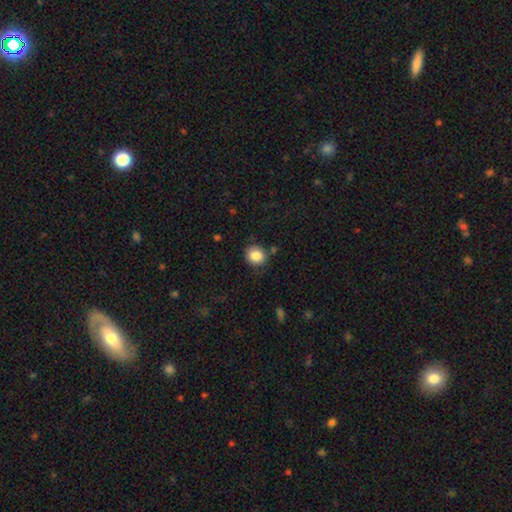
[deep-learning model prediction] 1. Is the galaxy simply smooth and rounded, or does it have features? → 85% smooth, 9% star or artifact, 5% featured or disk.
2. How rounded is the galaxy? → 79% round, 20% in between, 1% cigar-shaped.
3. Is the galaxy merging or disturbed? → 80% none, 13% minor disturbance, 3% merger, 3% major disturbance.